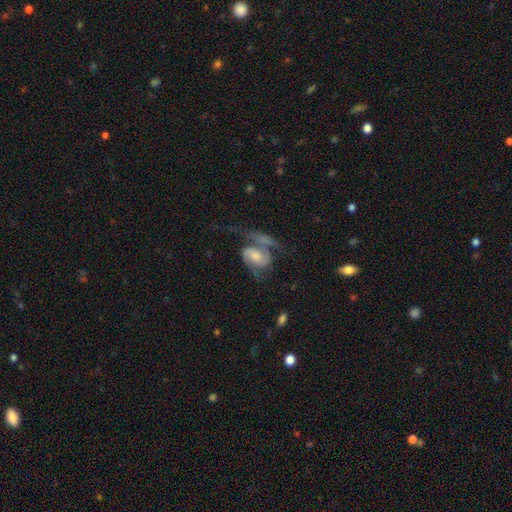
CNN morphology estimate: Smooth or featured: featured or disk — 78% (smooth — 16%)
Edge-on disk: no — 97% (yes — 3%)
Bar: no — 49% (weak — 38%)
Spiral arms: yes — 92% (no — 8%)
Spiral winding: medium — 45% (loose — 35%)
Spiral arm count: 2 — 81% (1 — 9%)
Bulge size: moderate — 38% (small — 31%)
Merging: major disturbance — 35% (none — 29%)